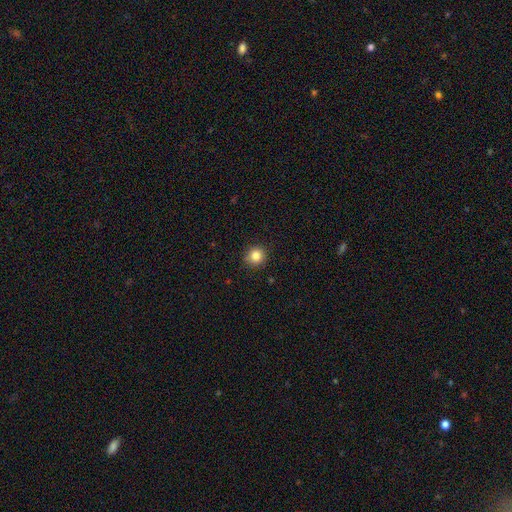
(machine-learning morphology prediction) Smooth or featured: smooth — 84% (star or artifact — 11%)
How rounded: round — 93% (in between — 7%)
Merging: none — 91% (minor disturbance — 6%)